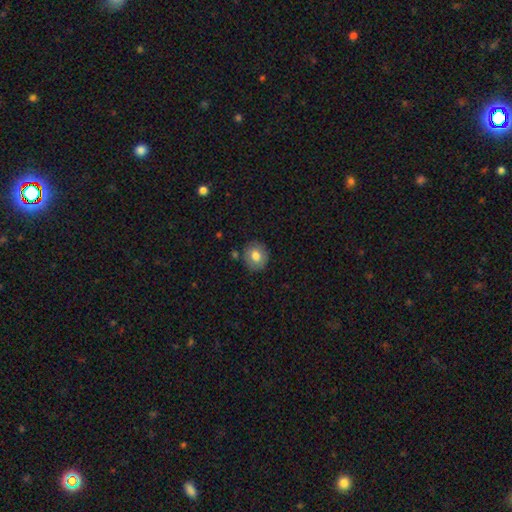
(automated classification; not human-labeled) Q: Smooth or featured?
A: smooth (73%); runner-up: featured or disk (19%)
Q: How rounded?
A: round (77%); runner-up: in between (22%)
Q: Merging?
A: none (83%); runner-up: minor disturbance (11%)